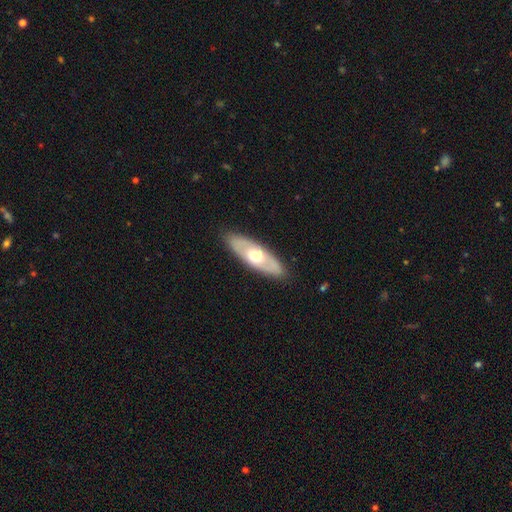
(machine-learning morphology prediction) This is possibly a featured or disk galaxy (49%). Merging: clearly none (86%).